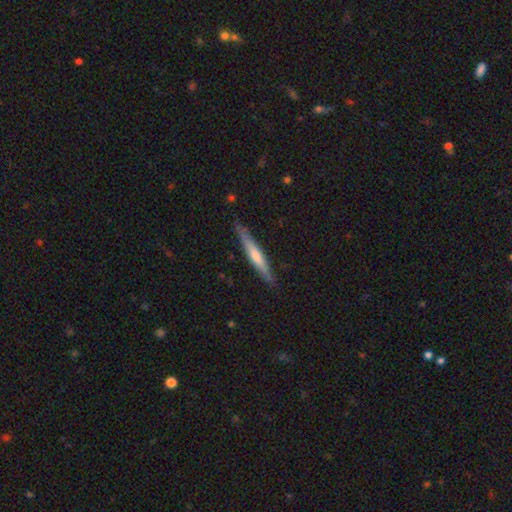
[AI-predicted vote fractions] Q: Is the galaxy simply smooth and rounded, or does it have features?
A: featured or disk — 49%.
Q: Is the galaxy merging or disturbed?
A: none — 87%.